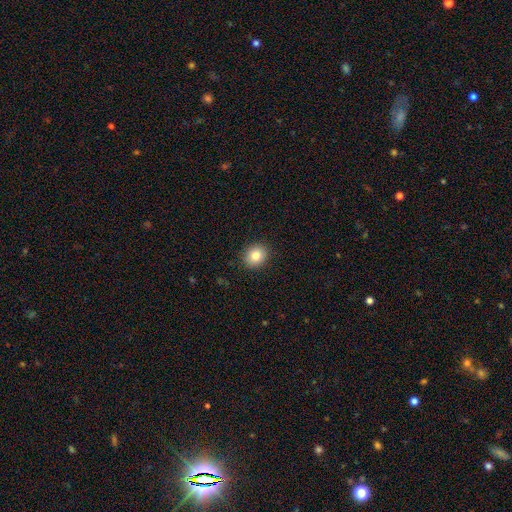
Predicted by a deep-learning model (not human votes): A smooth galaxy with no disk features (83%) that is round (74%).

Vote fractions:
- Smooth or featured? smooth: 83% / star or artifact: 10% / featured or disk: 7%
- How rounded? round: 74% / in between: 25% / cigar-shaped: 1%
- Merging? none: 91% / minor disturbance: 6% / major disturbance: 2% / merger: 1%